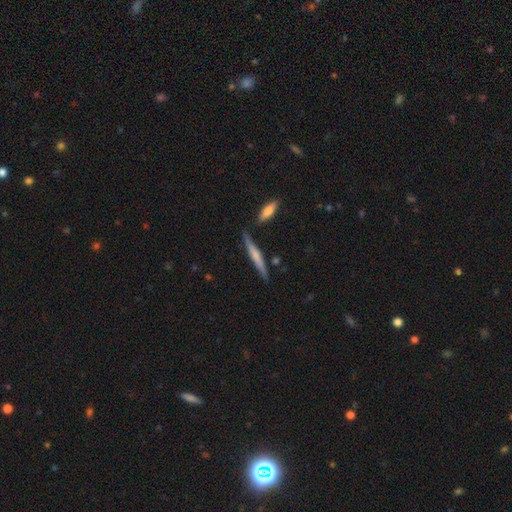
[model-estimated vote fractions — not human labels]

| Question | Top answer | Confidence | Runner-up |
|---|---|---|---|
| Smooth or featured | smooth | 50% | featured or disk (44%) |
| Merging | none | 80% | minor disturbance (12%) |